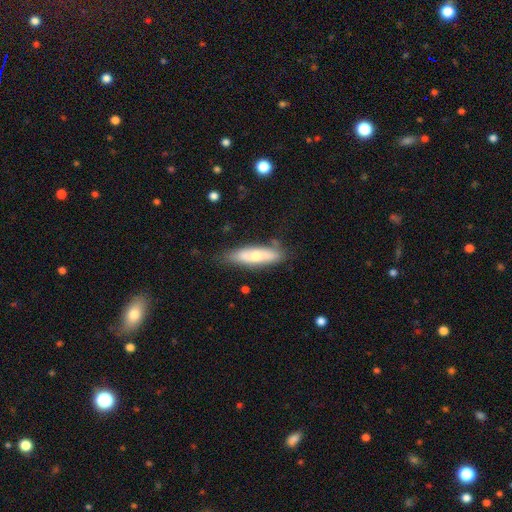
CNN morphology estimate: Smooth or featured?
  - smooth: 53% *
  - featured or disk: 41%
  - star or artifact: 7%
How rounded?
  - cigar-shaped: 61% *
  - in between: 37%
  - round: 2%
Merging?
  - none: 74% *
  - minor disturbance: 19%
  - major disturbance: 4%
  - merger: 3%